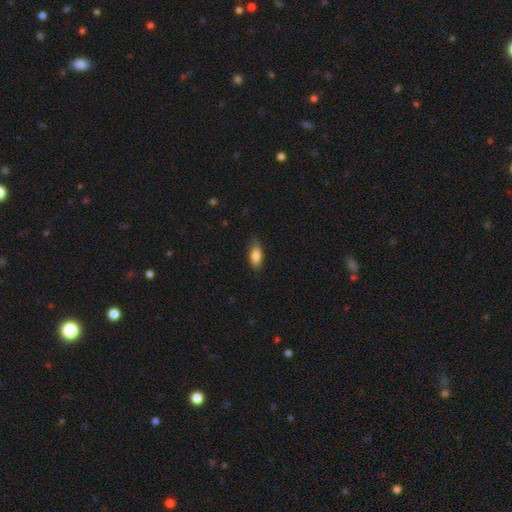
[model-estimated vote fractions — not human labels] Smooth or featured? Predicted: smooth (p=0.84). How rounded? Predicted: in between (p=0.83). Merging? Predicted: none (p=0.78).